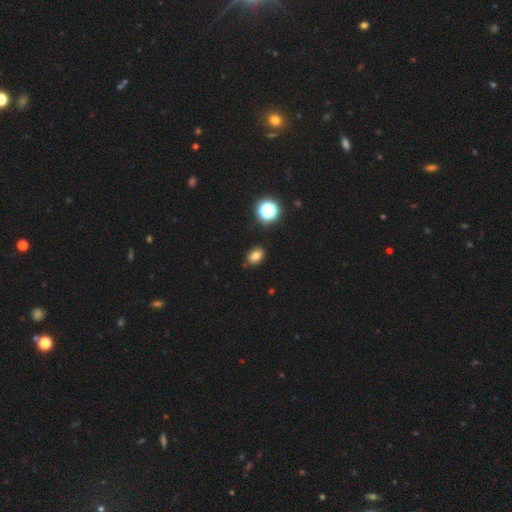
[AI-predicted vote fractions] This is likely a smooth galaxy (78%). How rounded: likely in between (75%). Merging: clearly none (87%).